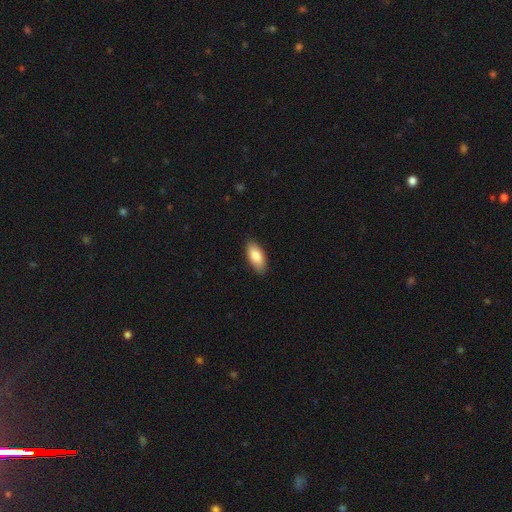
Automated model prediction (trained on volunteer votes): A smooth galaxy with no disk features (84%) that is in between round and cigar-shaped (89%).

Vote fractions:
- Smooth or featured? smooth: 84% / featured or disk: 10% / star or artifact: 6%
- How rounded? in between: 89% / cigar-shaped: 9% / round: 2%
- Merging? none: 87% / minor disturbance: 10% / major disturbance: 2% / merger: 1%